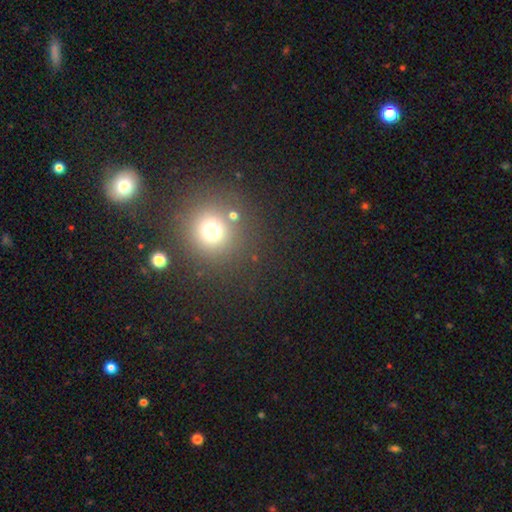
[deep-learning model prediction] This is possibly a smooth galaxy (54%). How rounded: clearly round (92%). Merging: clearly none (81%).